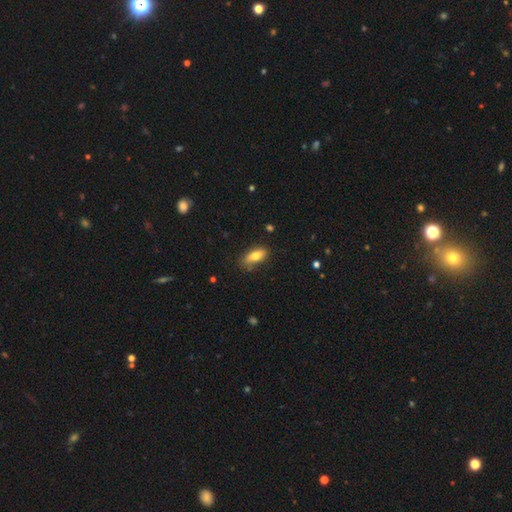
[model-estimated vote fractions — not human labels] This appears to be a smooth galaxy with no disk features (77%) that is in between round and cigar-shaped (79%). Merging: none (72%).